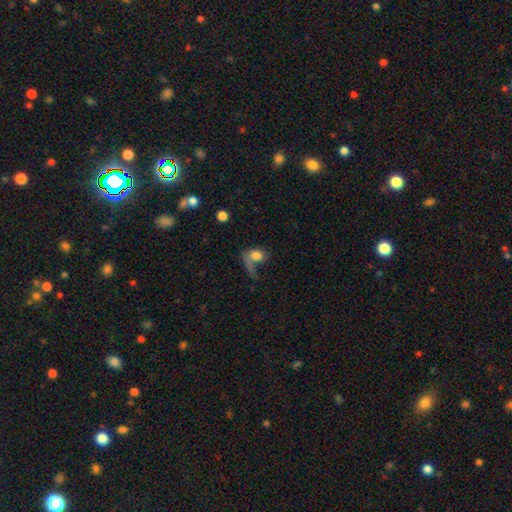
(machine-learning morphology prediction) Smooth or featured? smooth (66%)
How rounded? in between (64%)
Merging? major disturbance (43%)